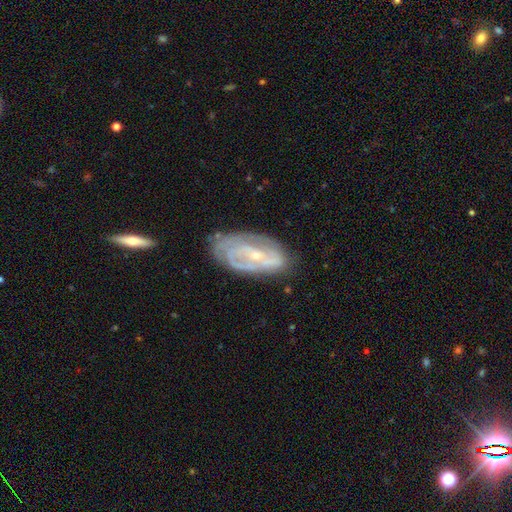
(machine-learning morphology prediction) The model was most divided on "spiral arm count": 2: 42%, can't tell: 35%, 3: 11%, 1: 5%, 4: 4%, more than 4: 3%. Remaining: edge-on disk — no (92%); spiral arms — yes (85%); smooth or featured — featured or disk (80%); bulge size — small (73%); merging — none (64%); spiral winding — tight (57%); bar — no (42%).